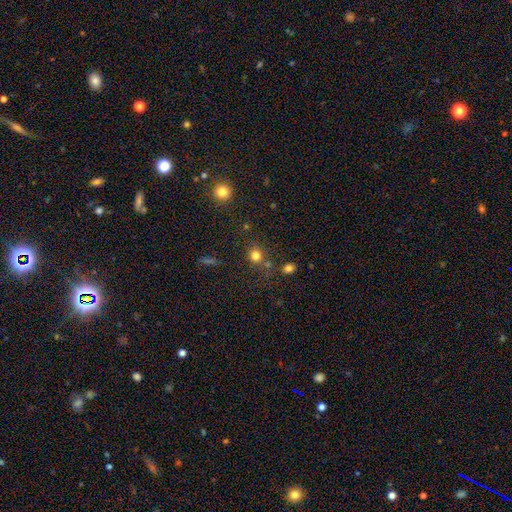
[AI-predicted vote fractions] Morphology: type=smooth (77%); roundness=round (84%); merging=none (69%).